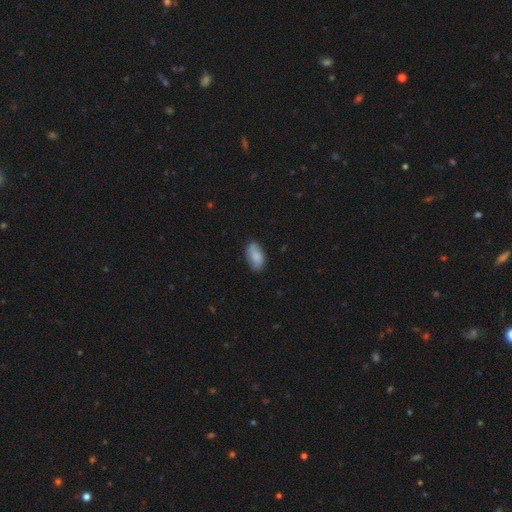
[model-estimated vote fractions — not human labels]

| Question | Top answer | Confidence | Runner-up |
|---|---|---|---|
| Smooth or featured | smooth | 80% | featured or disk (13%) |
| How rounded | in between | 93% | round (4%) |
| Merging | none | 75% | minor disturbance (20%) |